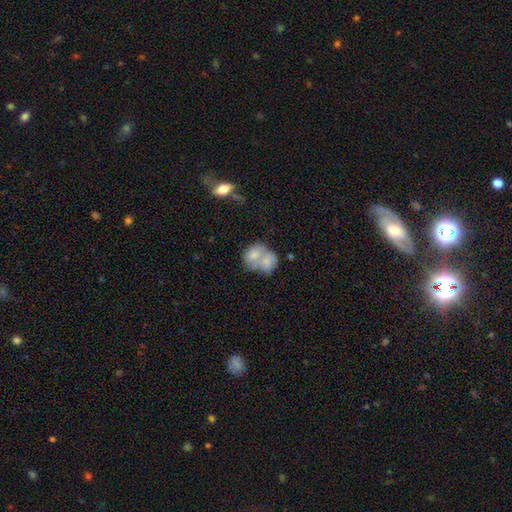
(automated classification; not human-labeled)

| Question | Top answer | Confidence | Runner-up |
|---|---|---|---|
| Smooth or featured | smooth | 67% | featured or disk (25%) |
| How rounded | in between | 54% | round (45%) |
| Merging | merger | 72% | none (16%) |